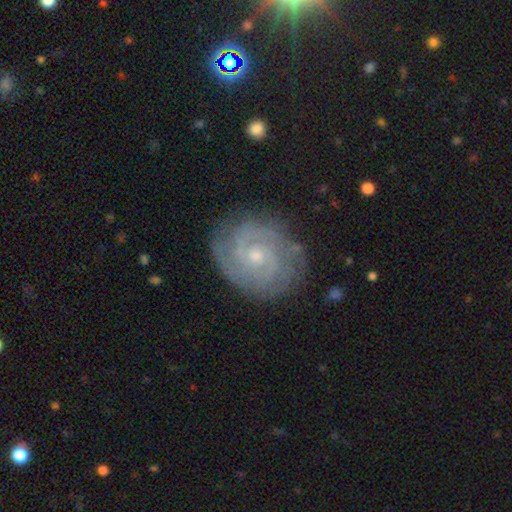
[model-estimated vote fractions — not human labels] Morphology: type=featured or disk (86%); edge-on=no (98%); bar=no (66%); spiral arms=yes (97%); winding=tight (72%); arm count=2 (44%); bulge=small (62%); merging=none (81%).